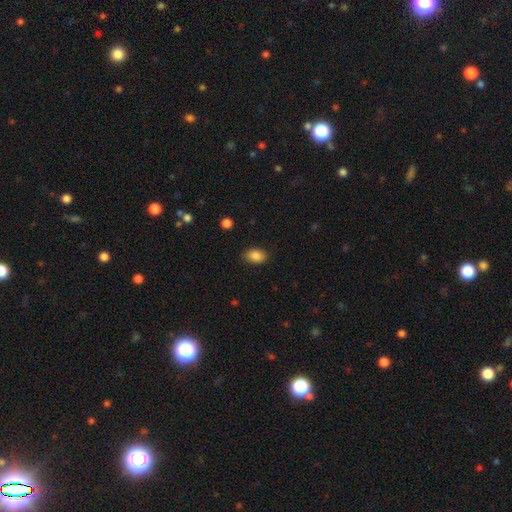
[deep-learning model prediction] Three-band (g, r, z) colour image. It shows a smooth galaxy with no disk features (87%) that is in between round and cigar-shaped (83%). Merging: none (86%).